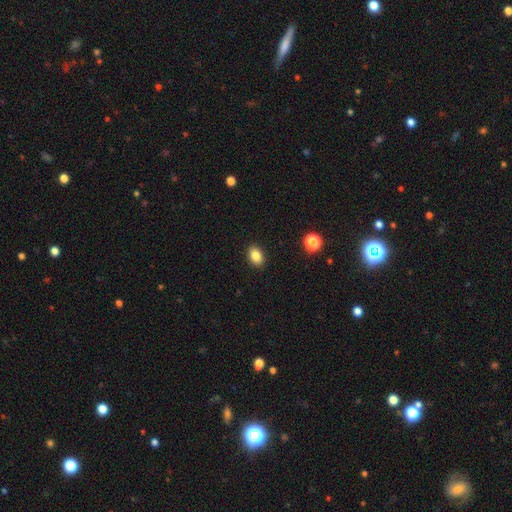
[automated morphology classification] Smooth or featured? smooth (85%)
How rounded? in between (79%)
Merging? none (90%)